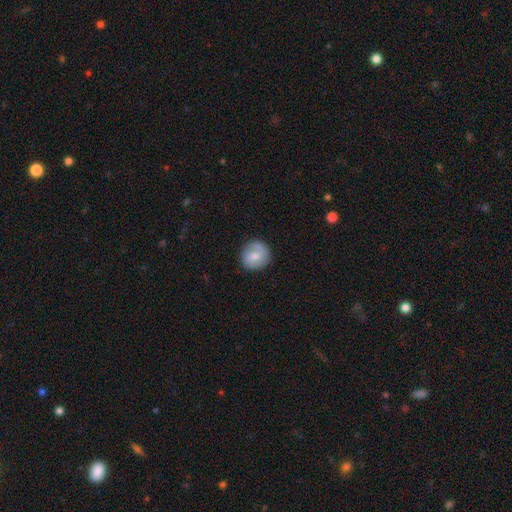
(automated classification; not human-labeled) Morphology: type=smooth (53%); roundness=round (88%); merging=none (79%).